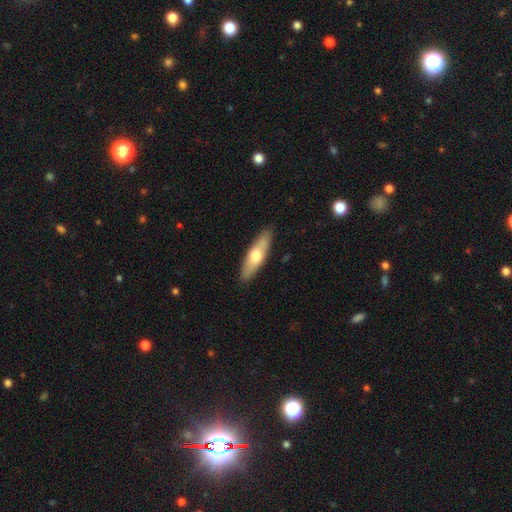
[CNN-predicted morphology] A smooth galaxy with no disk features (56%) that is cigar-shaped (60%). Merging: none (87%).